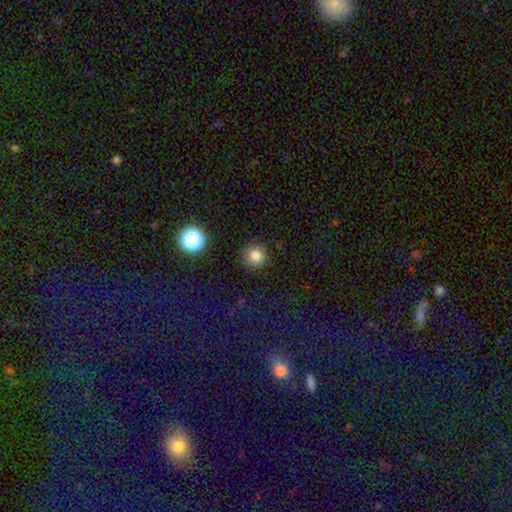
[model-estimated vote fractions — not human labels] smooth_or_featured: smooth (p=0.81) [alt: star or artifact p=0.14]
how_rounded: round (p=0.94) [alt: in between p=0.05]
merging: none (p=0.89) [alt: minor disturbance p=0.07]